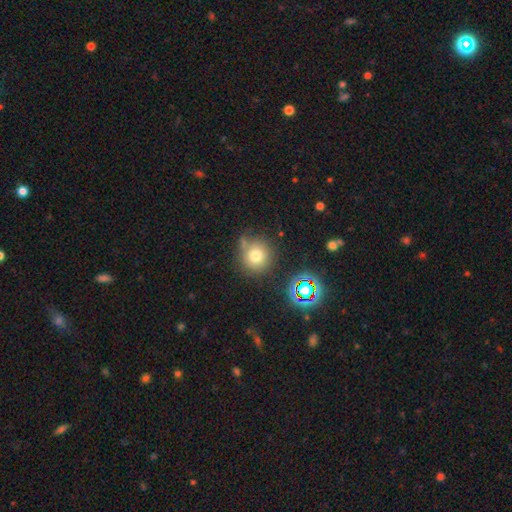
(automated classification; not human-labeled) Smooth or featured? smooth (73%)
How rounded? round (91%)
Merging? none (68%)